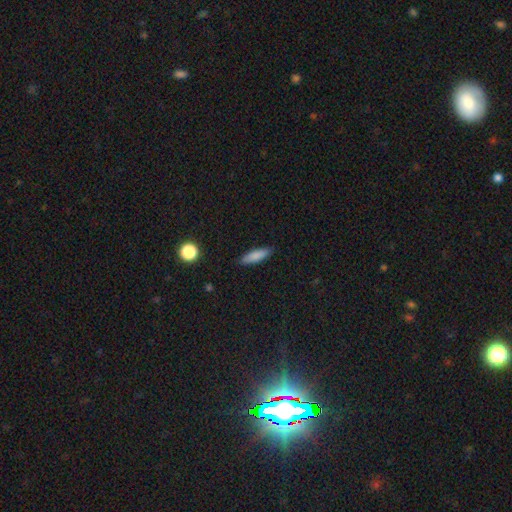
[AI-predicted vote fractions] This appears to be a smooth galaxy with no disk features (83%) that is cigar-shaped (65%). Merging: none (87%).